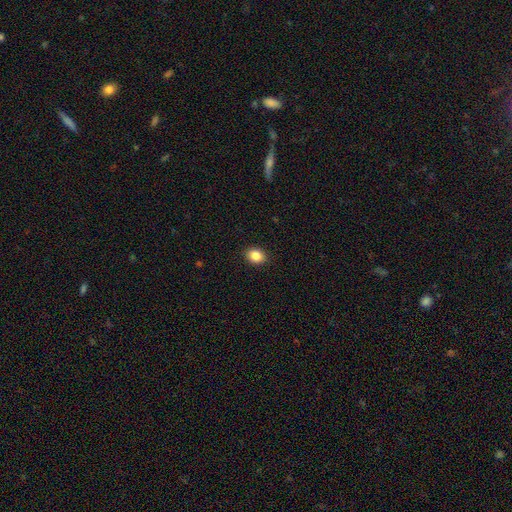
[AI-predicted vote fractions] Smooth or featured? Predicted: smooth (p=0.86). How rounded? Predicted: in between (p=0.53). Merging? Predicted: none (p=0.90).